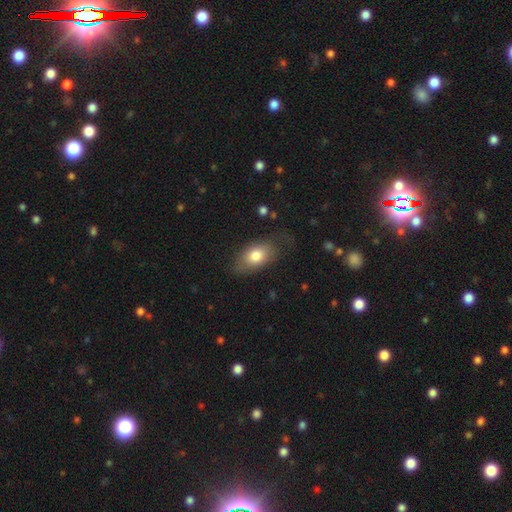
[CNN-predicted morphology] The model was most divided on "merging": none: 67%, minor disturbance: 22%, major disturbance: 10%, merger: 2%. More confident: how rounded — in between (87%); smooth or featured — smooth (77%).